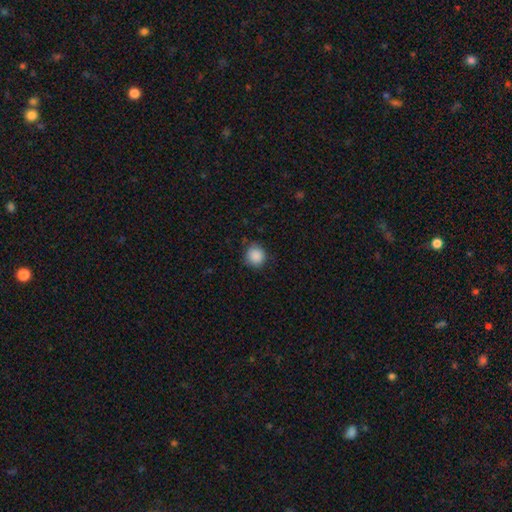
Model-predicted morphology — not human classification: Smooth or featured: smooth — 88% (star or artifact — 9%)
How rounded: round — 90% (in between — 10%)
Merging: none — 84% (minor disturbance — 12%)